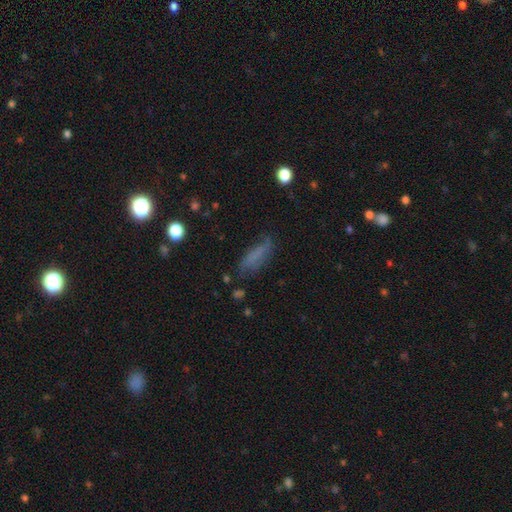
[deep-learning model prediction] Overall: smooth (64%). How rounded: cigar-shaped (54%; in between 43%). Merging: none (63%; minor disturbance 24%).